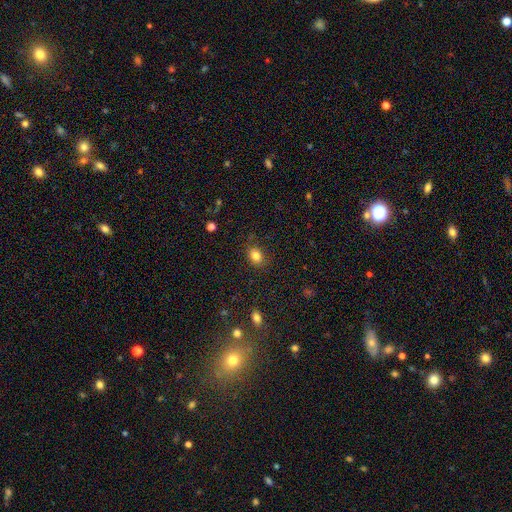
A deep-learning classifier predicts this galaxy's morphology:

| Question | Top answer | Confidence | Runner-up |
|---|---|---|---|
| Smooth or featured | smooth | 82% | star or artifact (11%) |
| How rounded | in between | 62% | round (36%) |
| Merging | none | 83% | minor disturbance (12%) |